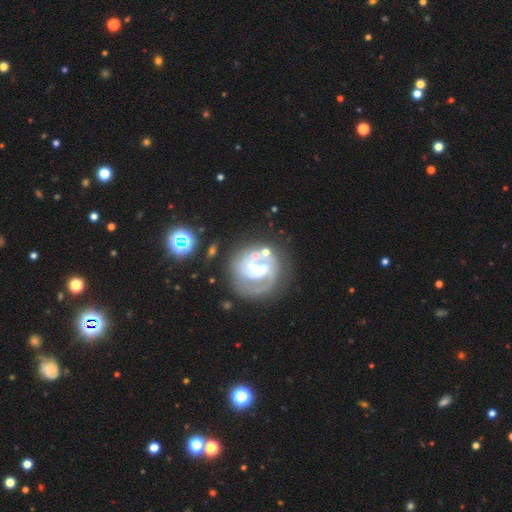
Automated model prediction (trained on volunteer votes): Q: Smooth or featured?
A: featured or disk (83%); runner-up: smooth (10%)
Q: Edge-on disk?
A: no (98%); runner-up: yes (2%)
Q: Bar?
A: weak (47%); runner-up: no (28%)
Q: Spiral arms?
A: yes (92%); runner-up: no (8%)
Q: Spiral winding?
A: medium (45%); runner-up: tight (38%)
Q: Spiral arm count?
A: 2 (66%); runner-up: 1 (12%)
Q: Bulge size?
A: moderate (51%); runner-up: small (31%)
Q: Merging?
A: none (63%); runner-up: minor disturbance (16%)